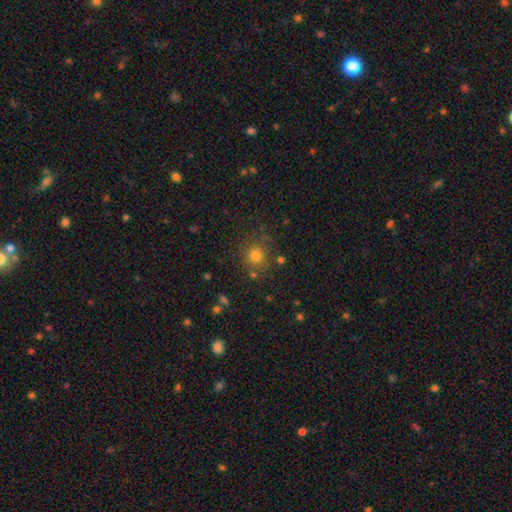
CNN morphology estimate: The model was most divided on "smooth or featured": smooth: 75%, star or artifact: 17%, featured or disk: 7%. More confident: how rounded — round (91%); merging — none (81%).